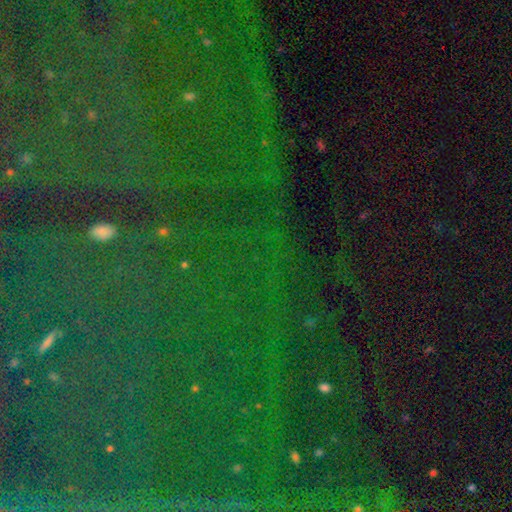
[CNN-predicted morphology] Smooth or featured: star or artifact — 83% (smooth — 9%)